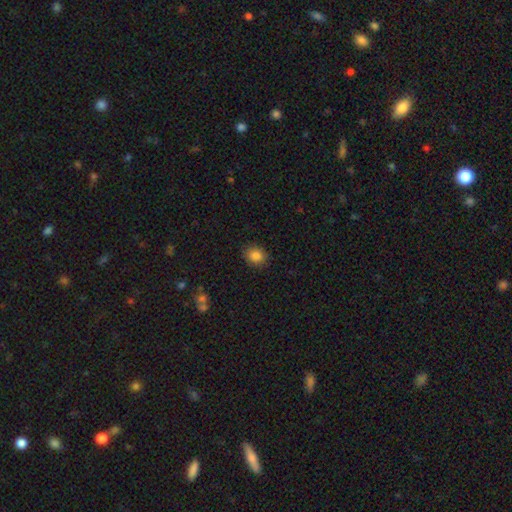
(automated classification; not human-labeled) The model was most divided on "how rounded": round: 59%, in between: 40%, cigar-shaped: 1%. More confident: merging — none (87%); smooth or featured — smooth (85%).